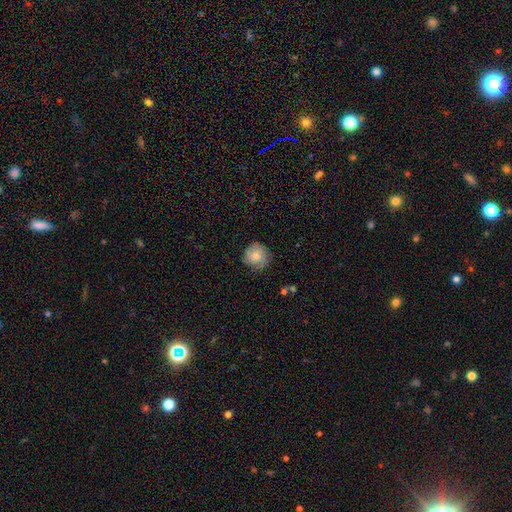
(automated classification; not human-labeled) This appears to be a featured or disk galaxy (47%). Merging: none (78%).